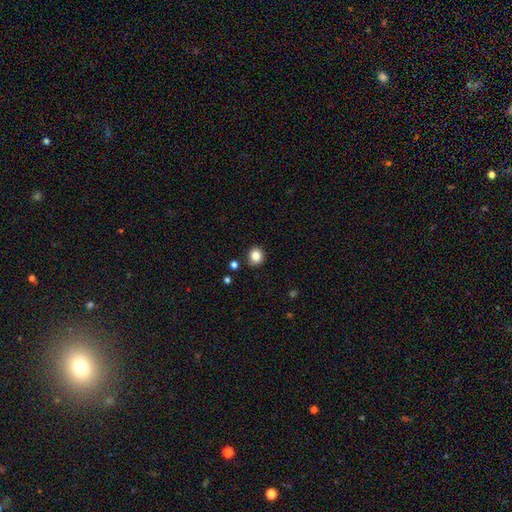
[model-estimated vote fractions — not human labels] This is clearly a smooth galaxy (83%). How rounded: clearly round (81%). Merging: clearly none (86%).